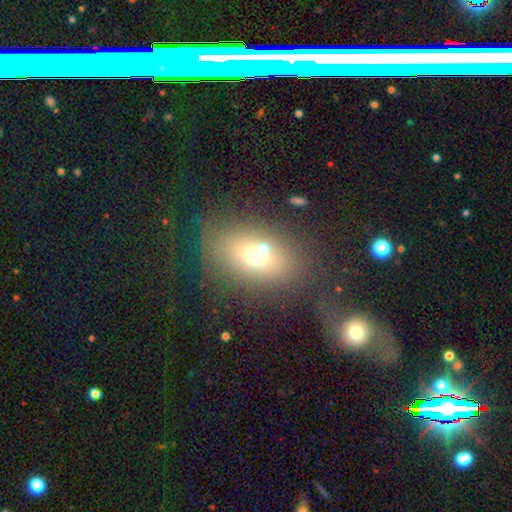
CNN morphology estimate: The model was most divided on "how rounded": in between: 66%, round: 32%, cigar-shaped: 2%. More confident: smooth or featured — smooth (62%); merging — none (59%).